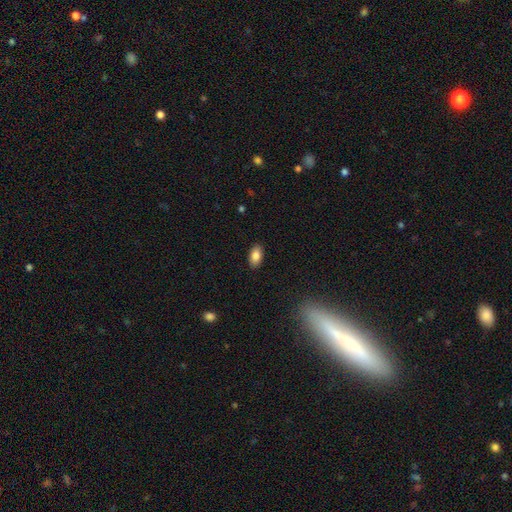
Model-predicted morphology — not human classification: Smooth or featured? Predicted: smooth (p=0.85). How rounded? Predicted: in between (p=0.92). Merging? Predicted: none (p=0.89).